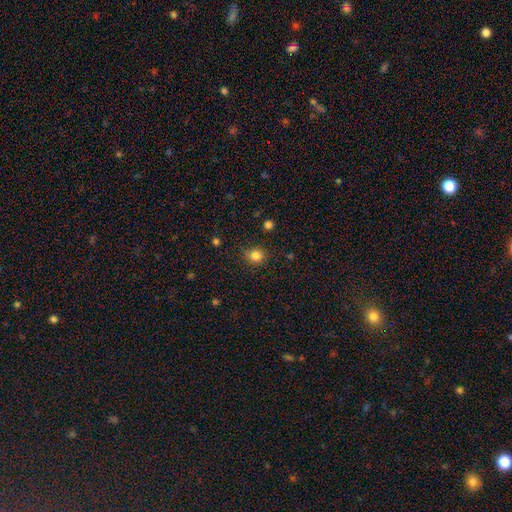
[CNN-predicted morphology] This is clearly a smooth galaxy (83%). How rounded: clearly round (87%). Merging: clearly none (87%).